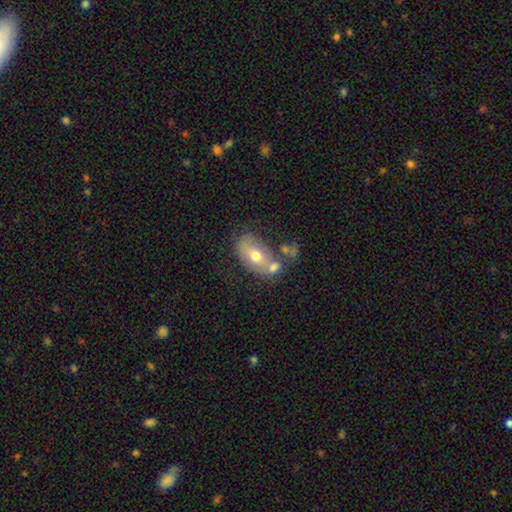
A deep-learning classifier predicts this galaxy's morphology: type=smooth (54%); roundness=in between (86%); merging=none (39%).